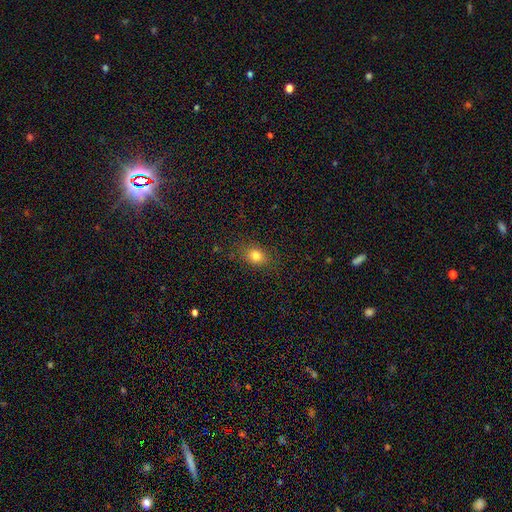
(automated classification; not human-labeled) Smooth or featured? smooth (80%)
How rounded? in between (60%)
Merging? none (83%)